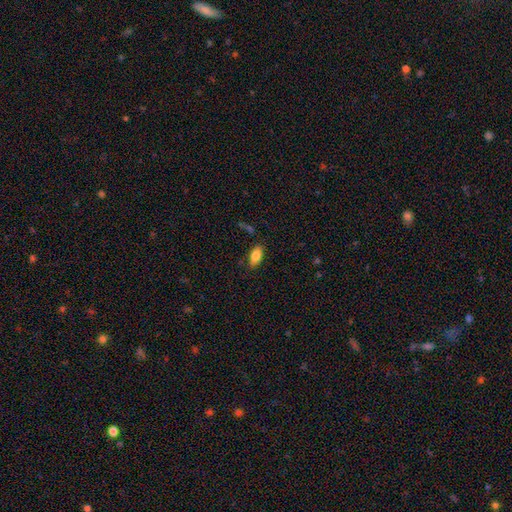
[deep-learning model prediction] A smooth galaxy with no disk features (83%) that is in between round and cigar-shaped (88%).

Vote fractions:
- Smooth or featured? smooth: 83% / featured or disk: 9% / star or artifact: 8%
- How rounded? in between: 88% / cigar-shaped: 9% / round: 3%
- Merging? none: 80% / minor disturbance: 14% / major disturbance: 3% / merger: 3%